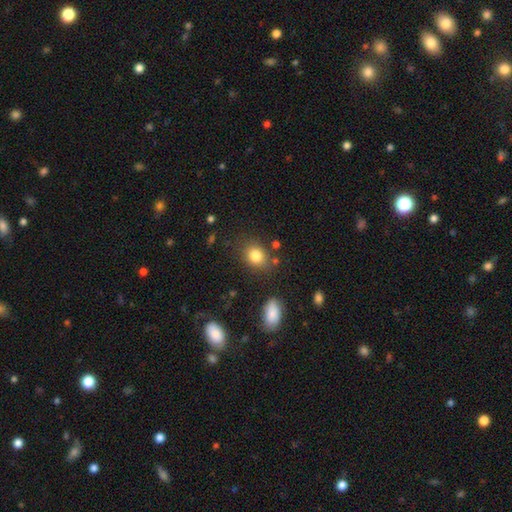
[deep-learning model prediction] This appears to be a smooth galaxy with no disk features (82%) that is round (56%). Merging: none (77%).